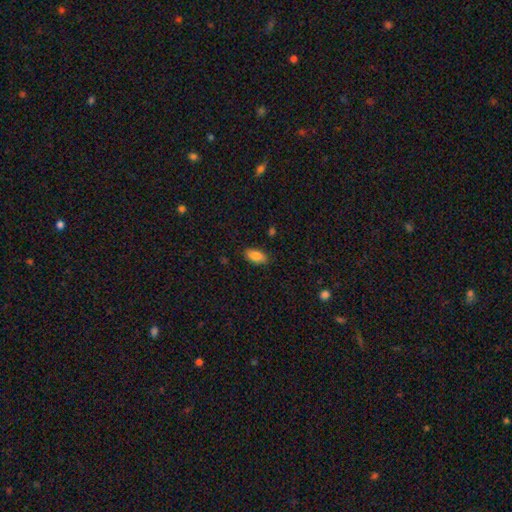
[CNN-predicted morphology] Smooth or featured? Predicted: smooth (p=0.86). How rounded? Predicted: in between (p=0.93). Merging? Predicted: none (p=0.85).